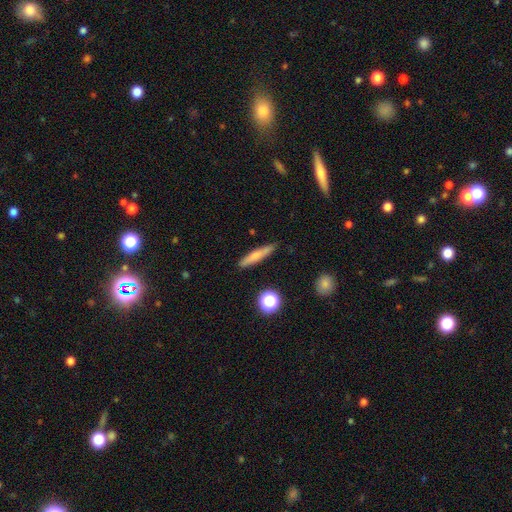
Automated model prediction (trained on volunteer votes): smooth 70%, featured or disk 22%, star or artifact 8%. Down the decision tree: how rounded — cigar-shaped (88%); merging — none (86%).